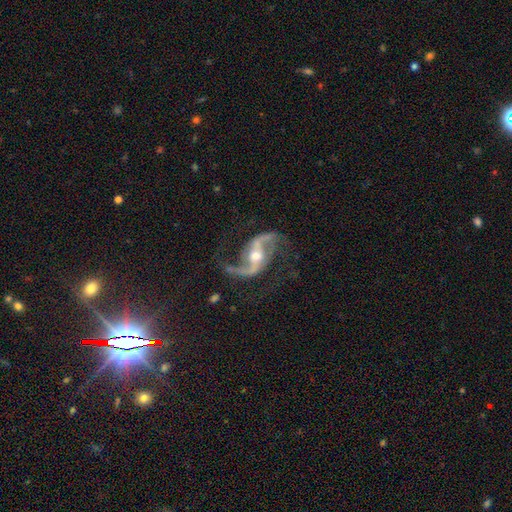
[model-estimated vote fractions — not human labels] The model was most divided on "bar": strong: 40%, weak: 36%, no: 24%. More confident: spiral arms — yes (98%); edge-on disk — no (97%); spiral arm count — 2 (94%); smooth or featured — featured or disk (92%); merging — none (74%); bulge size — moderate (69%); spiral winding — loose (60%).